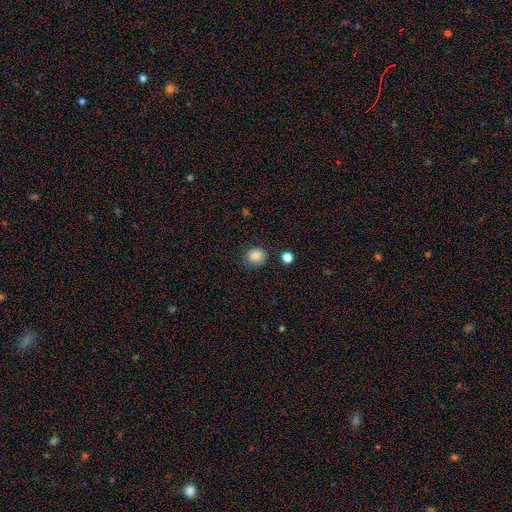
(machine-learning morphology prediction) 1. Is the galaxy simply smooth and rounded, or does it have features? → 85% smooth, 11% star or artifact, 4% featured or disk.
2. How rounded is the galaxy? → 73% round, 26% in between, 1% cigar-shaped.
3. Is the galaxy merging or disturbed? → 82% none, 12% minor disturbance, 3% major disturbance, 3% merger.